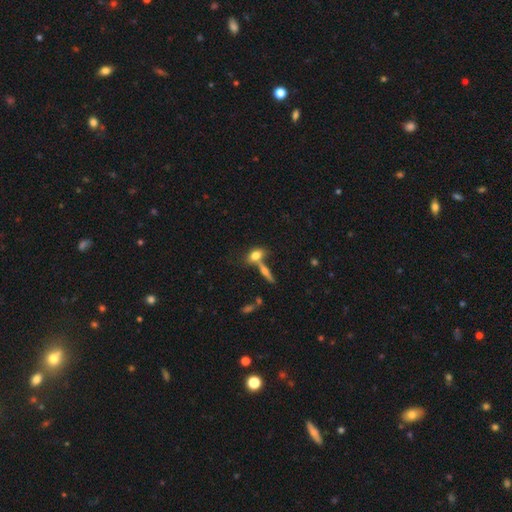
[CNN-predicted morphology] Overall: smooth (71%). How rounded: in between (74%). Merging: none (44%; merger 40%).